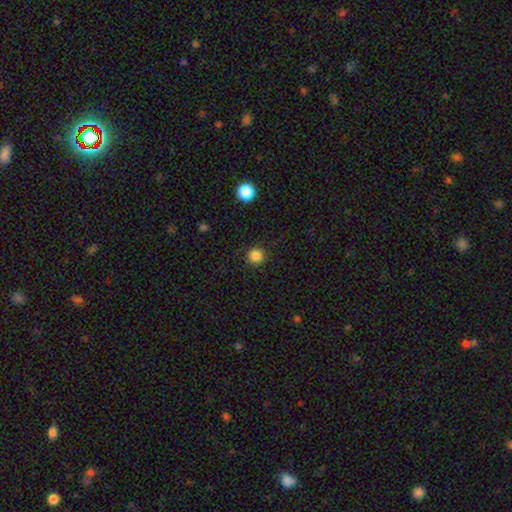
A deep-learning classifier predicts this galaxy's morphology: Smooth or featured?
  - smooth: 85% *
  - star or artifact: 12%
  - featured or disk: 3%
How rounded?
  - round: 95% *
  - in between: 4%
  - cigar-shaped: 1%
Merging?
  - none: 91% *
  - minor disturbance: 6%
  - major disturbance: 2%
  - merger: 1%